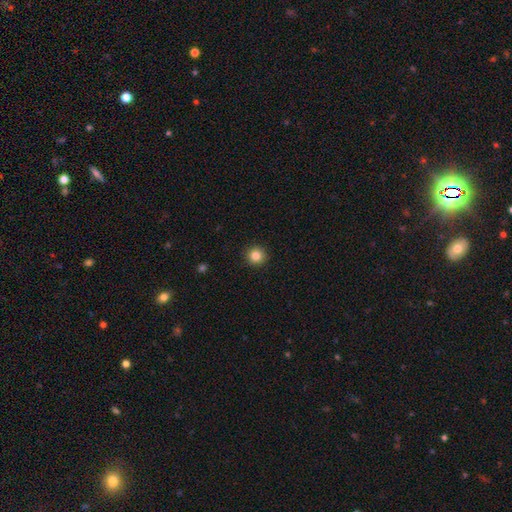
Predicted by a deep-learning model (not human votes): smooth-or-featured: smooth: 84% | star or artifact: 11% | featured or disk: 5%
  how-rounded: round: 95% | in between: 4% | cigar-shaped: 1%
  merging: none: 93% | minor disturbance: 5% | major disturbance: 2% | merger: 1%